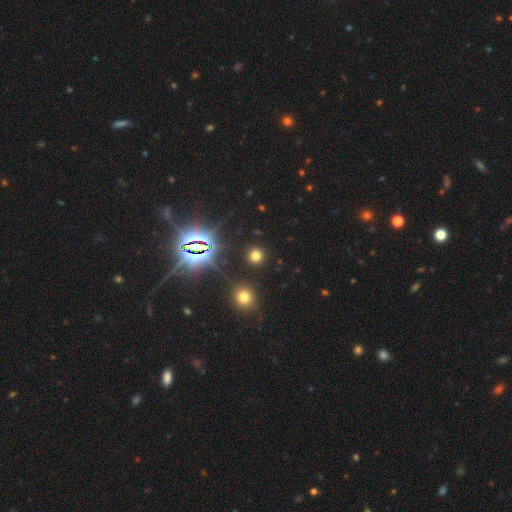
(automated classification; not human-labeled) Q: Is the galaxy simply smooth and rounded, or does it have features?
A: smooth — 65%.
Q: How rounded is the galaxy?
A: round — 92%.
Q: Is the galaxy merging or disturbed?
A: none — 90%.